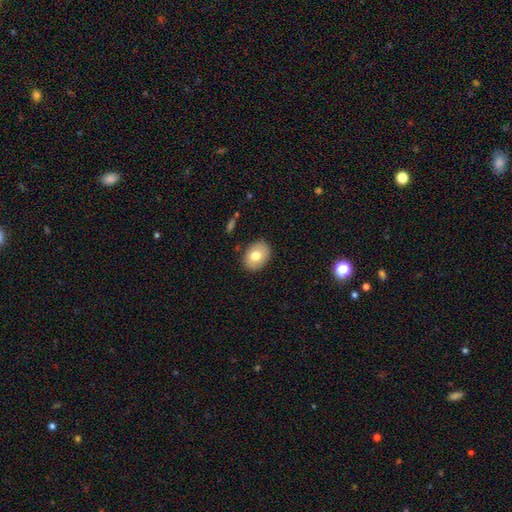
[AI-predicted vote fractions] smooth_or_featured: smooth (p=0.73) [alt: featured or disk p=0.20]
how_rounded: in between (p=0.67) [alt: round p=0.32]
merging: none (p=0.86) [alt: minor disturbance p=0.10]